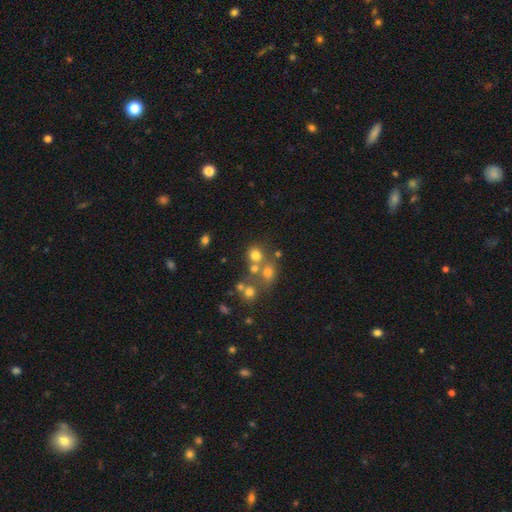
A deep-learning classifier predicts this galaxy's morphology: This appears to be a smooth galaxy with no disk features (67%) that is round (82%). Merging: none (54%).